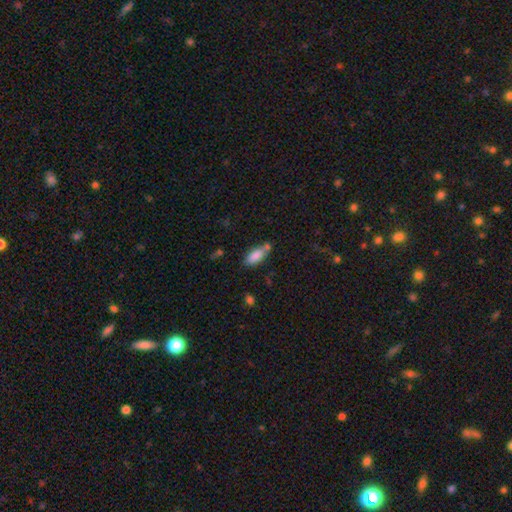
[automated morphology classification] smooth-or-featured: smooth: 84% | featured or disk: 9% | star or artifact: 7%
  how-rounded: in between: 77% | cigar-shaped: 21% | round: 2%
  merging: none: 58% | merger: 19% | minor disturbance: 18% | major disturbance: 4%